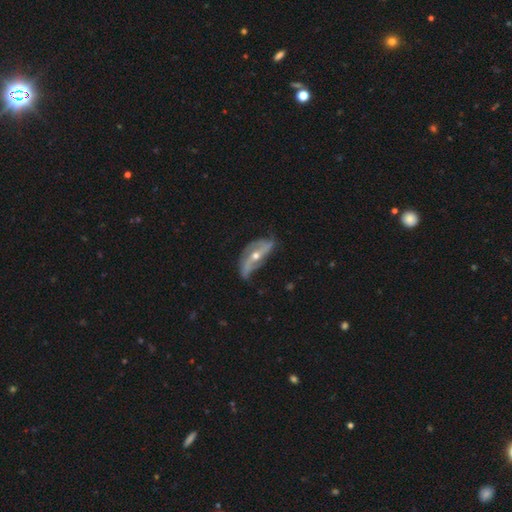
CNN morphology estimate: type=featured or disk (81%); edge-on=no (85%); bar=no (37%); spiral arms=yes (89%); winding=loose (56%); arm count=2 (76%); bulge=moderate (59%); merging=none (53%).